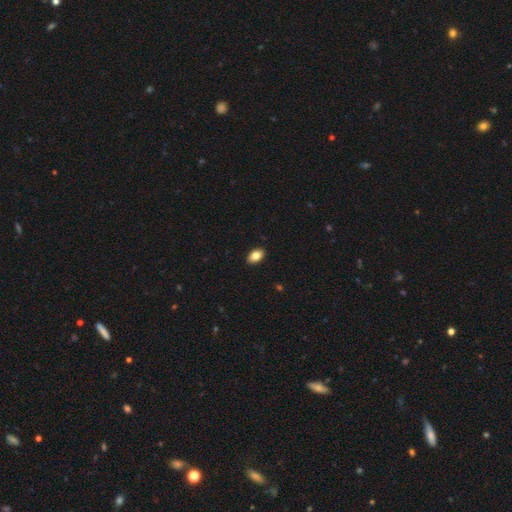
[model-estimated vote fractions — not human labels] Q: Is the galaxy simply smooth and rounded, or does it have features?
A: smooth — 84%.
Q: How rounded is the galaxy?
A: in between — 90%.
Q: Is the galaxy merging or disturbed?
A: none — 90%.